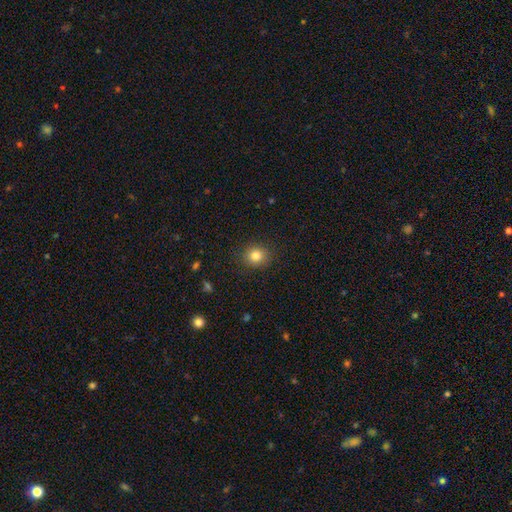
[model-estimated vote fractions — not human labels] This appears to be a smooth galaxy with no disk features (82%) that is round (81%). Merging: none (89%).